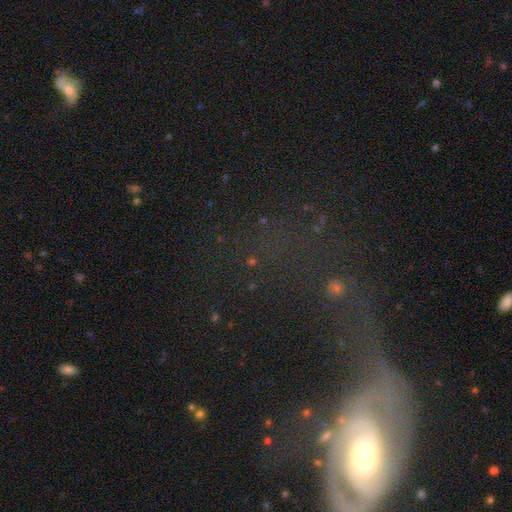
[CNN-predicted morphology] Smooth or featured: featured or disk — 52% (star or artifact — 26%)
Edge-on disk: no — 86% (yes — 14%)
Merging: major disturbance — 38% (none — 33%)